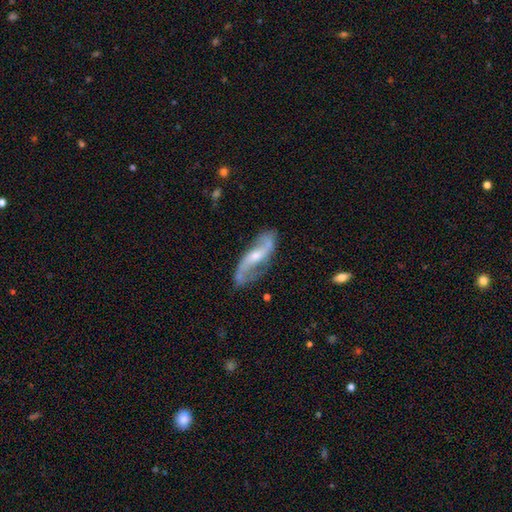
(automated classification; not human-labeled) The model was most divided on "bar": weak: 41%, no: 36%, strong: 24%. More confident: spiral arms — yes (95%); spiral arm count — 2 (91%); edge-on disk — no (89%); smooth or featured — featured or disk (85%); merging — none (74%); spiral winding — loose (55%); bulge size — moderate (51%).